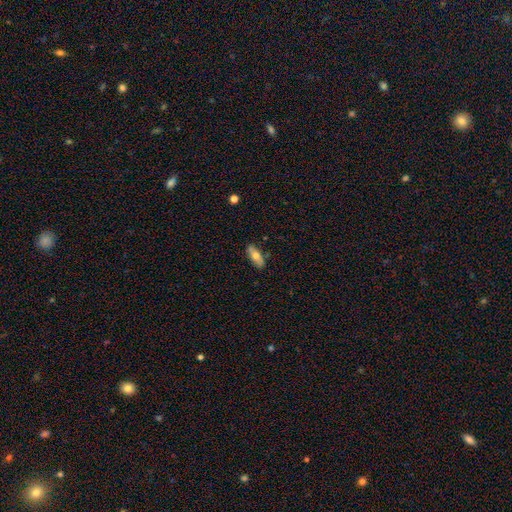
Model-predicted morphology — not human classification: This appears to be a smooth galaxy with no disk features (62%) that is in between round and cigar-shaped (74%). Merging: none (84%).